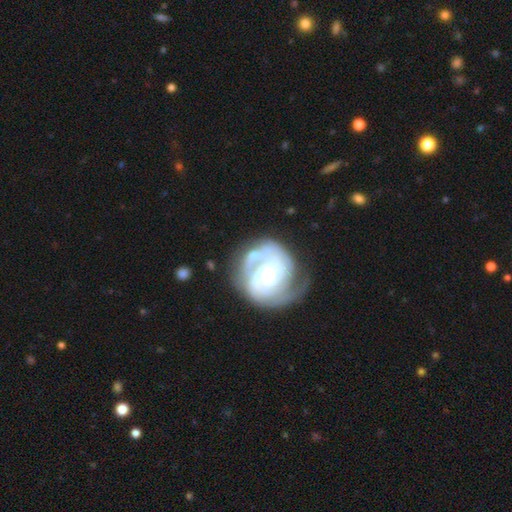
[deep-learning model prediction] Smooth or featured?
  - featured or disk: 84% *
  - smooth: 9%
  - star or artifact: 7%
Edge-on disk?
  - no: 98% *
  - yes: 2%
Bar?
  - weak: 41% *
  - no: 39%
  - strong: 19%
Spiral arms?
  - yes: 94% *
  - no: 6%
Spiral winding?
  - tight: 61% *
  - medium: 31%
  - loose: 8%
Spiral arm count?
  - 2: 49% *
  - can't tell: 20%
  - 3: 16%
  - 1: 6%
  - 4: 5%
  - more than 4: 4%
Bulge size?
  - small: 61% *
  - moderate: 29%
  - none: 5%
  - large: 3%
  - dominant: 1%
Merging?
  - none: 60% *
  - minor disturbance: 20%
  - major disturbance: 13%
  - merger: 8%